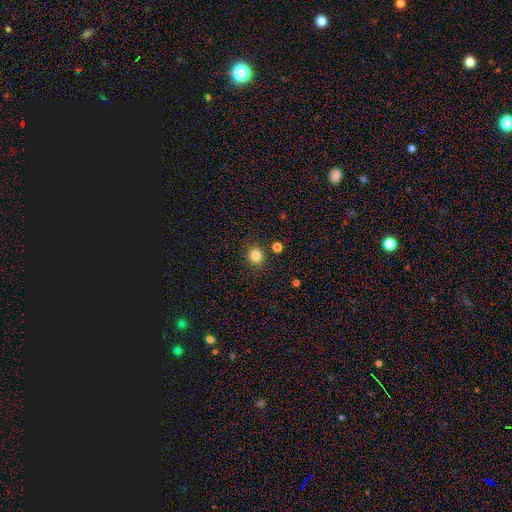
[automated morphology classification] A smooth galaxy with no disk features (83%) that is round (84%). Merging: none (87%).